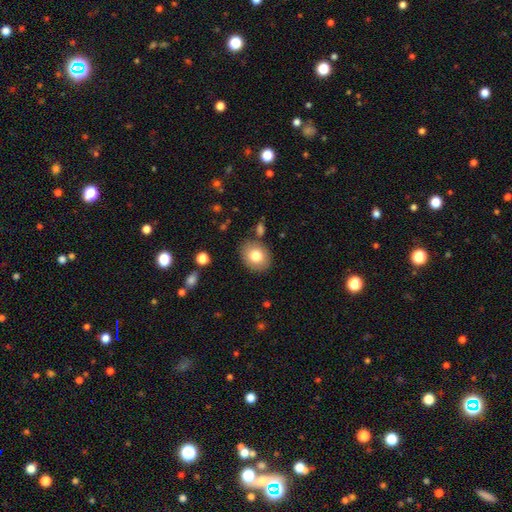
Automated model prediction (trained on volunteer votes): A smooth galaxy with no disk features (77%) that is round (52%).

Vote fractions:
- Smooth or featured? smooth: 77% / featured or disk: 14% / star or artifact: 8%
- How rounded? round: 52% / in between: 48% / cigar-shaped: 1%
- Merging? none: 83% / minor disturbance: 10% / merger: 3% / major disturbance: 3%